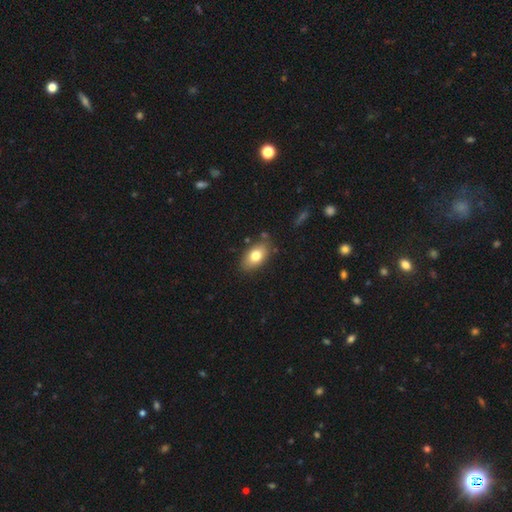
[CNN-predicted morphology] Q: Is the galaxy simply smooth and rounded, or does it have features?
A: smooth — 77%.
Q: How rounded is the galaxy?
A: in between — 90%.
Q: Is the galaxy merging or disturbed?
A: none — 81%.